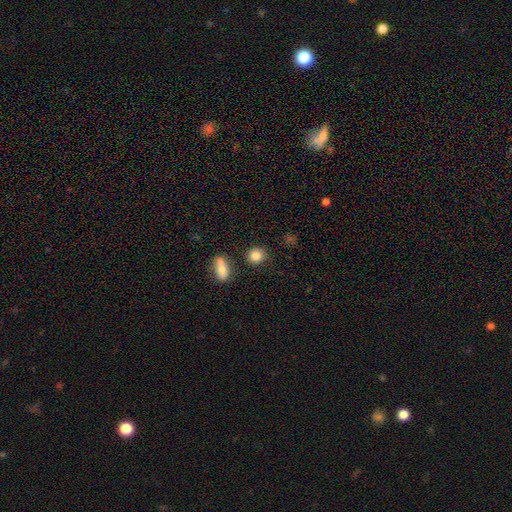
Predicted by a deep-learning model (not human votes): A smooth galaxy with no disk features (85%) that is round (83%).

Vote fractions:
- Smooth or featured? smooth: 85% / star or artifact: 9% / featured or disk: 5%
- How rounded? round: 83% / in between: 16% / cigar-shaped: 1%
- Merging? none: 82% / minor disturbance: 9% / merger: 6% / major disturbance: 3%